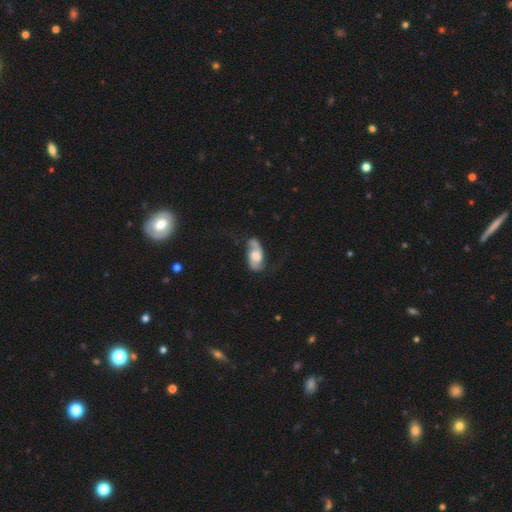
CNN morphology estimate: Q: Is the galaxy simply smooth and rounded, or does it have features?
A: featured or disk — 67%.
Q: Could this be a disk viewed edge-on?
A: no — 93%.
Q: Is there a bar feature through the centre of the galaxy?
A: no — 59%.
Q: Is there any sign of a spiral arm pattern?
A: yes — 88%.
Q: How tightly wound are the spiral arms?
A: loose — 44%.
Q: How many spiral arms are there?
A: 2 — 85%.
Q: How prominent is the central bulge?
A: moderate — 42%.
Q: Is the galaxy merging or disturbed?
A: none — 51%.